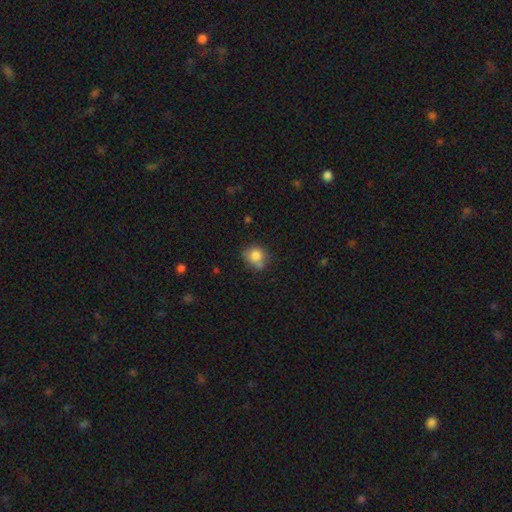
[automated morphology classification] The model was most divided on "merging": none: 57%, minor disturbance: 25%, merger: 11%, major disturbance: 7%. More confident: smooth or featured — smooth (80%); how rounded — round (75%).